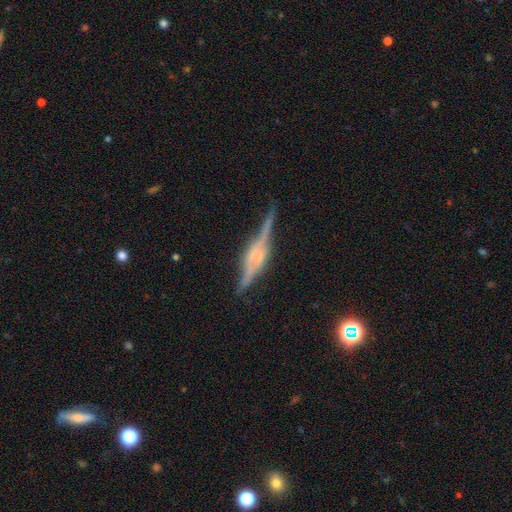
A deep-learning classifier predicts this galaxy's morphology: Overall: featured or disk (83%). Edge-on disk: yes (97%). Edge-on bulge: rounded (49%; boxy 44%). Merging: none (78%).